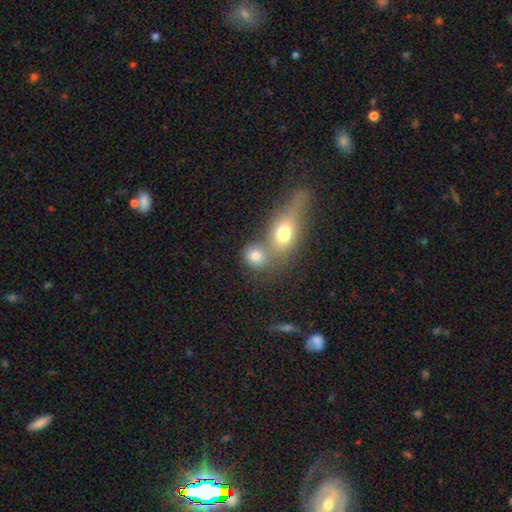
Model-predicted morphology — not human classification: Smooth or featured?
  - smooth: 76% *
  - star or artifact: 12%
  - featured or disk: 12%
How rounded?
  - round: 68% *
  - in between: 30%
  - cigar-shaped: 2%
Merging?
  - none: 45% *
  - merger: 42%
  - minor disturbance: 8%
  - major disturbance: 5%